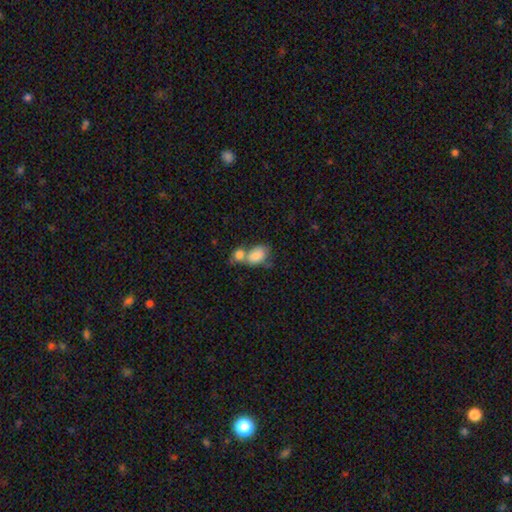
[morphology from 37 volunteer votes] This appears to be a smooth galaxy with no disk features (78%) that is in between round and cigar-shaped (62%). Merging: merger (66%).